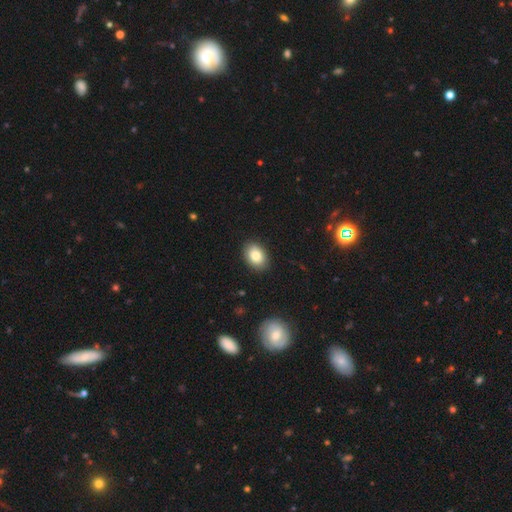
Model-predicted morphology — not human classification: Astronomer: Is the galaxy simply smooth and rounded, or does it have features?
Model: smooth — 83%.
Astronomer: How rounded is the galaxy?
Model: in between — 77%.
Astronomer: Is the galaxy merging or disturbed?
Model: none — 89%.